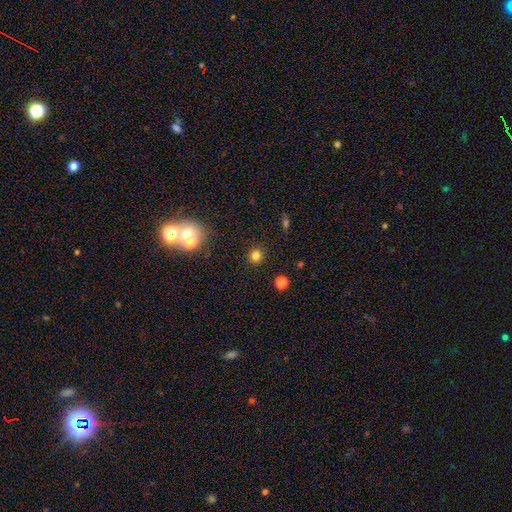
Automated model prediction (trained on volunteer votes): This appears to be a smooth galaxy with no disk features (78%) that is round (92%). Merging: none (89%).